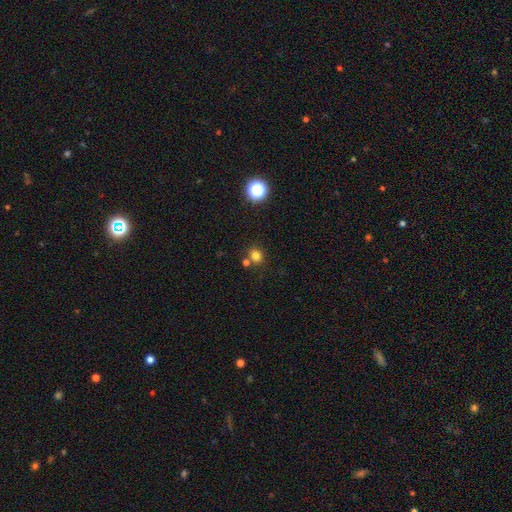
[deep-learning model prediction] Morphology: type=smooth (77%); roundness=round (82%); merging=none (71%).